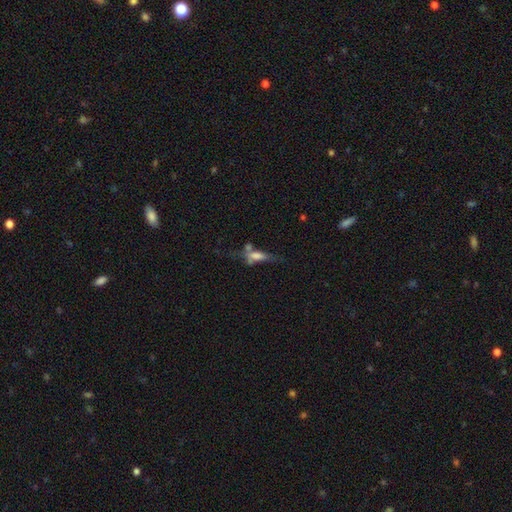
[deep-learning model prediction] smooth 49%, featured or disk 37%, star or artifact 14%. Down the decision tree: merging — none (32%).